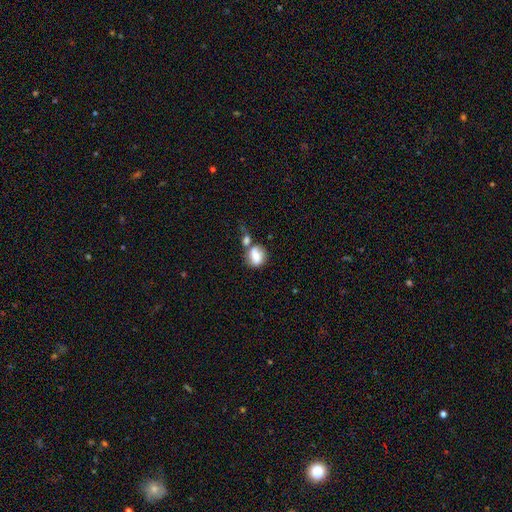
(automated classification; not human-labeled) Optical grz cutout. It shows a smooth galaxy with no disk features (75%) that is round (55%). Merging: merger (40%).